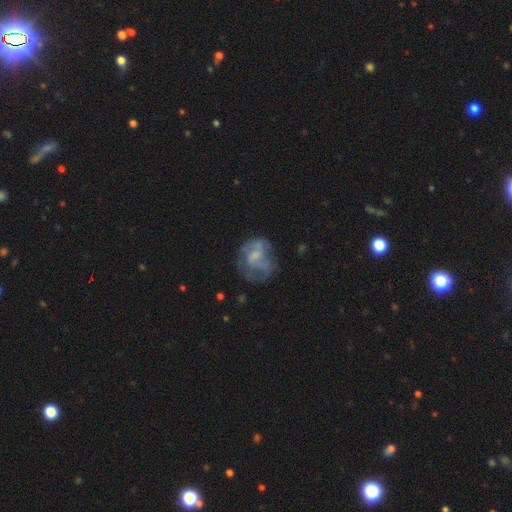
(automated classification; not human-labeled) smooth_or_featured: featured or disk (p=0.60) [alt: smooth p=0.31]
disk_edge_on: no (p=0.98) [alt: yes p=0.02]
bar: no (p=0.53) [alt: weak p=0.38]
has_spiral_arms: yes (p=0.52) [alt: no p=0.48]
bulge_size: small (p=0.44) [alt: none p=0.27]
merging: none (p=0.48) [alt: major disturbance p=0.26]